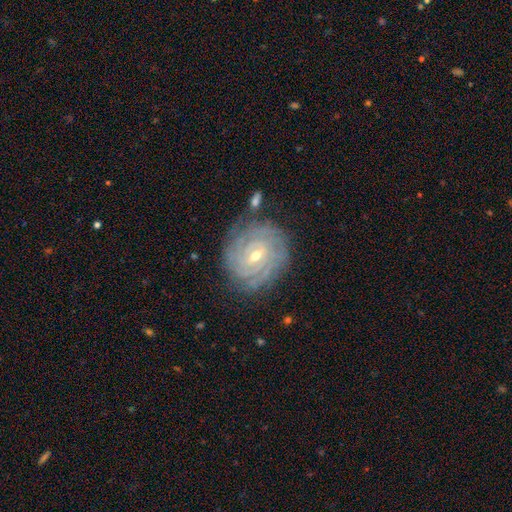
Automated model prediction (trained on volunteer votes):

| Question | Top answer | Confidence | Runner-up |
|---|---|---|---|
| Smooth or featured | featured or disk | 88% | smooth (6%) |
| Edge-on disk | no | 97% | yes (3%) |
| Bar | weak | 54% | no (25%) |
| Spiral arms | yes | 97% | no (3%) |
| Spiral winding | tight | 87% | medium (11%) |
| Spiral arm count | can't tell | 27% | 4 (22%) |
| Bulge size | small | 53% | moderate (45%) |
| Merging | none | 78% | minor disturbance (14%) |